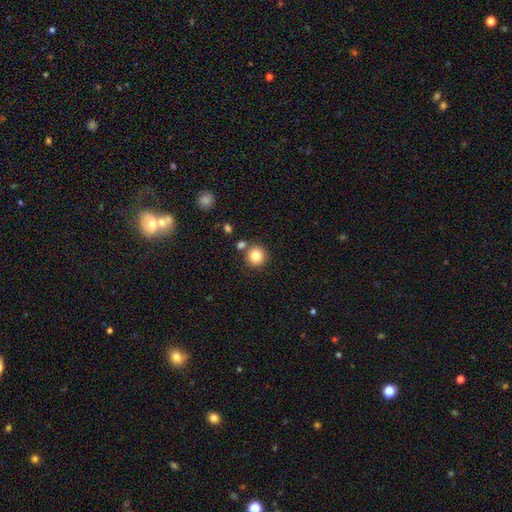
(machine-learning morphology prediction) Smooth or featured: smooth — 82% (star or artifact — 11%)
How rounded: round — 91% (in between — 8%)
Merging: none — 78% (merger — 12%)